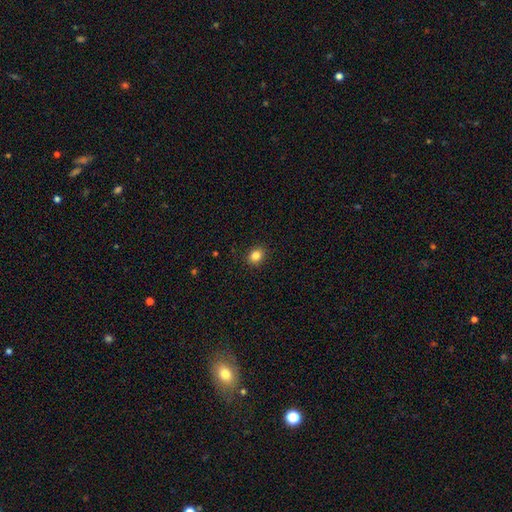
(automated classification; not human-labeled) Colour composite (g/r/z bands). It shows a smooth galaxy with no disk features (84%) that is round (60%). Merging: none (90%).